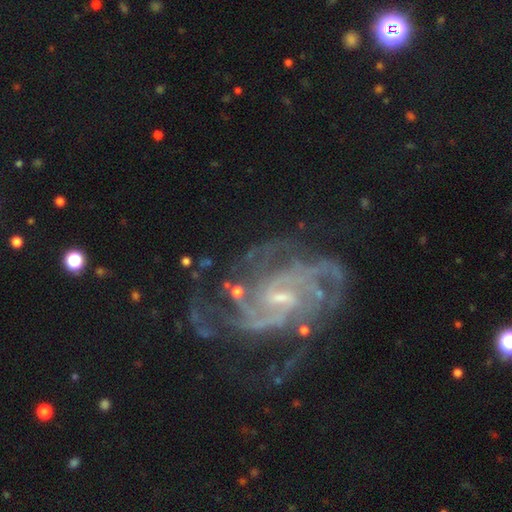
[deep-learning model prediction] smooth-or-featured: featured or disk: 90% | star or artifact: 7% | smooth: 4%
  disk-edge-on: no: 97% | yes: 3%
    bar: weak: 52% | no: 33% | strong: 15%
    has-spiral-arms: yes: 97% | no: 3%
      spiral-winding: tight: 49% | medium: 41% | loose: 10%
      spiral-arm-count: can't tell: 25% | 2: 21% | 3: 19% | 4: 18% | more than 4: 9% | 1: 8%
    bulge-size: small: 67% | moderate: 24% | none: 7% | large: 1% | dominant: 1%
  merging: none: 64% | minor disturbance: 18% | major disturbance: 15% | merger: 3%